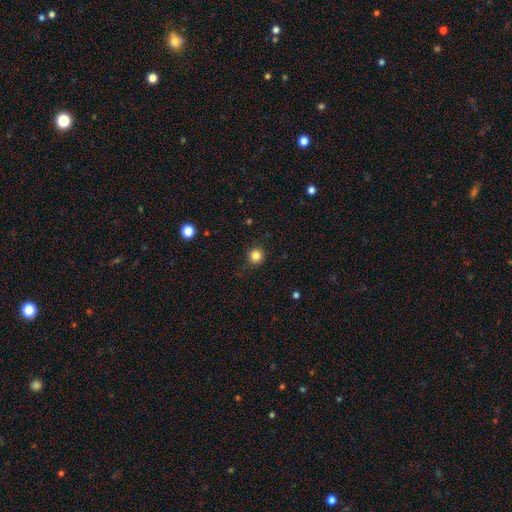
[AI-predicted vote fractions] smooth 84%, star or artifact 12%, featured or disk 4%. Down the decision tree: how rounded — round (93%); merging — none (89%).